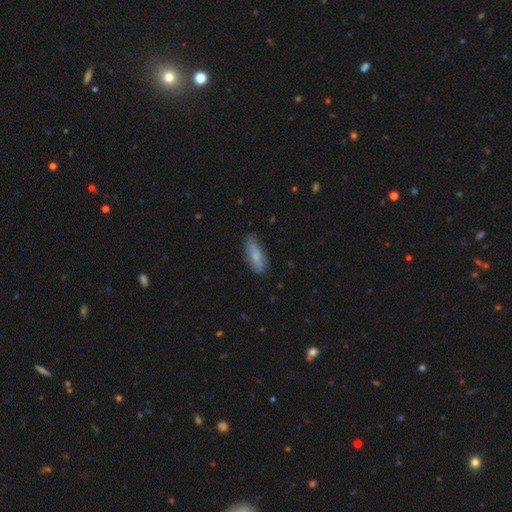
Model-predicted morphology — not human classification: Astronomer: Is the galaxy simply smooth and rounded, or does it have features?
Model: smooth — 70%.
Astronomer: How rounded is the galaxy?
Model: in between — 71%.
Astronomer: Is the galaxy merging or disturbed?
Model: none — 72%.